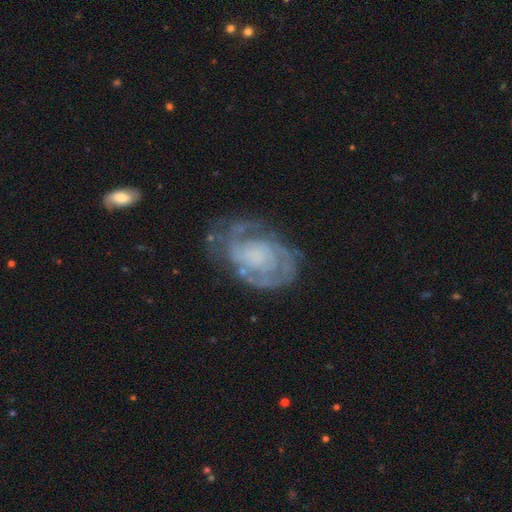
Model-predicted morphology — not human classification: Smooth or featured?
  - featured or disk: 82% *
  - smooth: 11%
  - star or artifact: 6%
Edge-on disk?
  - no: 97% *
  - yes: 3%
Bar?
  - no: 74% *
  - weak: 21%
  - strong: 5%
Spiral arms?
  - yes: 89% *
  - no: 11%
Spiral winding?
  - tight: 59% *
  - medium: 31%
  - loose: 10%
Spiral arm count?
  - 2: 43% *
  - can't tell: 29%
  - 3: 11%
  - 1: 9%
  - 4: 4%
  - more than 4: 4%
Bulge size?
  - none: 46% *
  - small: 24%
  - moderate: 16%
  - large: 12%
  - dominant: 2%
Merging?
  - none: 64% *
  - minor disturbance: 21%
  - major disturbance: 13%
  - merger: 2%